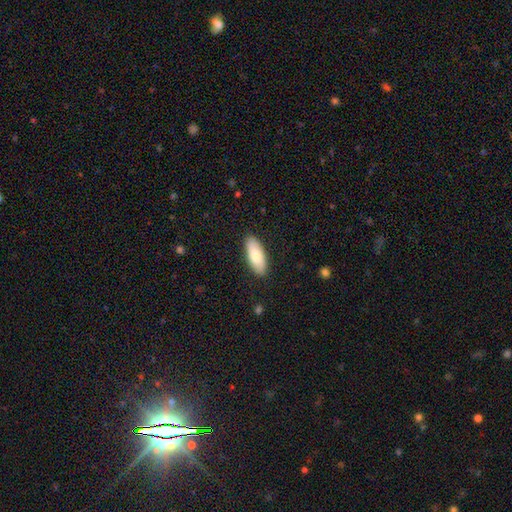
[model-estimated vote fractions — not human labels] Smooth or featured: smooth — 80% (featured or disk — 15%)
How rounded: in between — 78% (cigar-shaped — 21%)
Merging: none — 89% (minor disturbance — 9%)